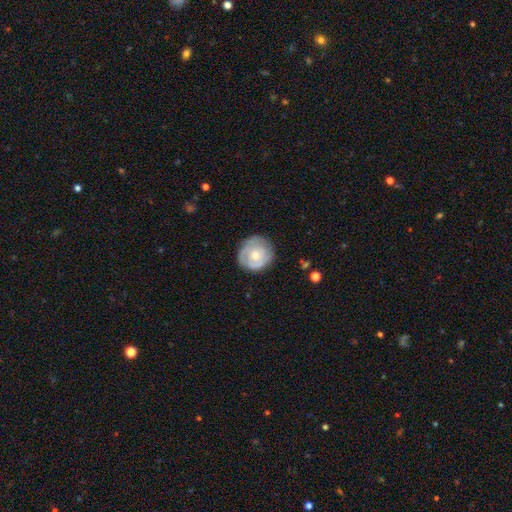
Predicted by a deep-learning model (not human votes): A featured or disk galaxy (55%) with no bar (83%), spiral arms (69%) and a moderate central bulge (49%). Merging: none (77%).